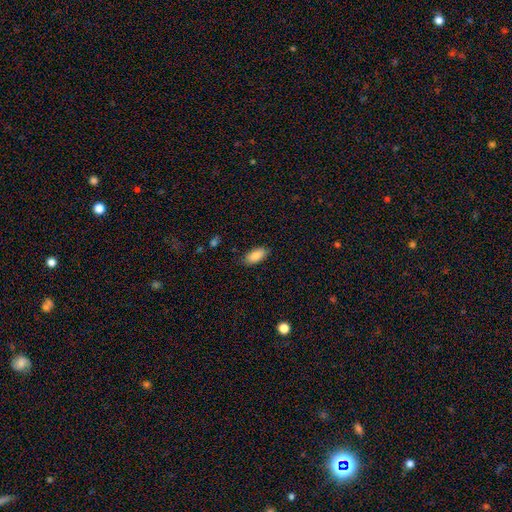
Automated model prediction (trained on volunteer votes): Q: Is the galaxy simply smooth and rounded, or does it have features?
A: smooth — 88%.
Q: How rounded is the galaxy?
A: in between — 90%.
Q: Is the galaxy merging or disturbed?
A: none — 83%.